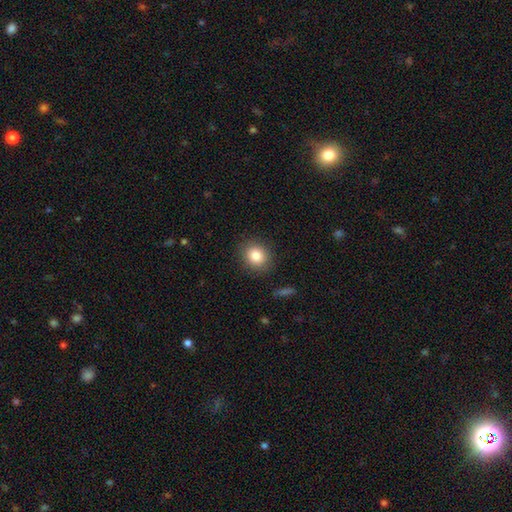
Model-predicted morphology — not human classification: Smooth or featured?
  - smooth: 84% *
  - star or artifact: 9%
  - featured or disk: 7%
How rounded?
  - round: 76% *
  - in between: 23%
  - cigar-shaped: 1%
Merging?
  - none: 88% *
  - minor disturbance: 8%
  - major disturbance: 3%
  - merger: 1%